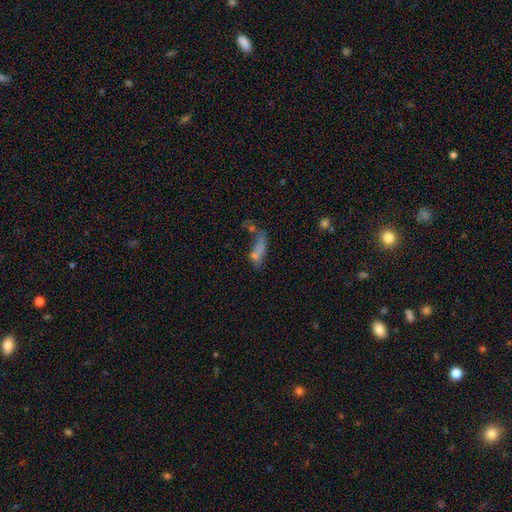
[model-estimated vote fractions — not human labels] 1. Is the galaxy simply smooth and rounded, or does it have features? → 56% smooth, 28% featured or disk, 16% star or artifact.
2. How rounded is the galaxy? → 59% in between, 34% cigar-shaped, 7% round.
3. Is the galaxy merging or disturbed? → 38% merger, 27% major disturbance, 22% none, 13% minor disturbance.